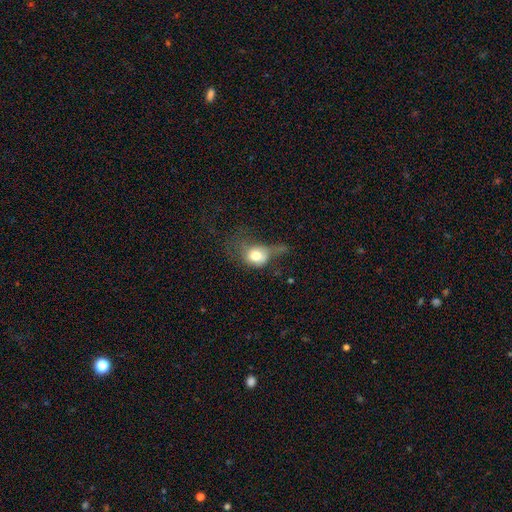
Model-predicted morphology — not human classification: smooth-or-featured: smooth: 69% | featured or disk: 20% | star or artifact: 11%
  how-rounded: round: 57% | in between: 41% | cigar-shaped: 2%
  merging: major disturbance: 47% | minor disturbance: 24% | none: 23% | merger: 6%